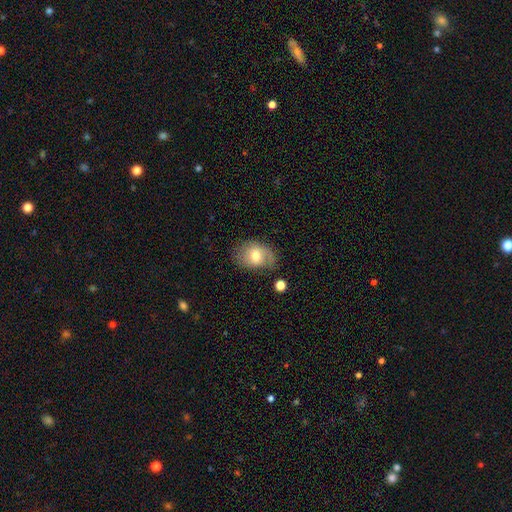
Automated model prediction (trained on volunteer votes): This is possibly a smooth galaxy (60%). How rounded: likely in between (69%). Merging: possibly none (52%).